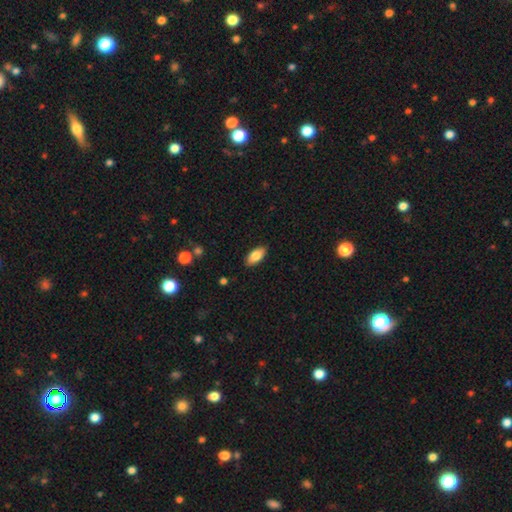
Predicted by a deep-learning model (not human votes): Smooth or featured? smooth (80%)
How rounded? in between (91%)
Merging? none (88%)